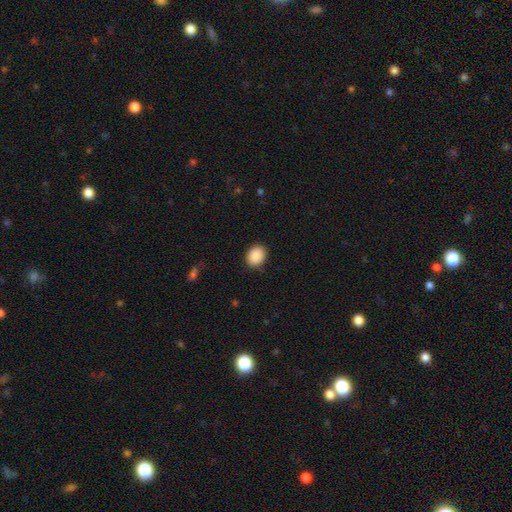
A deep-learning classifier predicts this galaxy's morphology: smooth_or_featured: smooth (p=0.90) [alt: star or artifact p=0.07]
how_rounded: in between (p=0.50) [alt: round p=0.49]
merging: none (p=0.86) [alt: minor disturbance p=0.10]